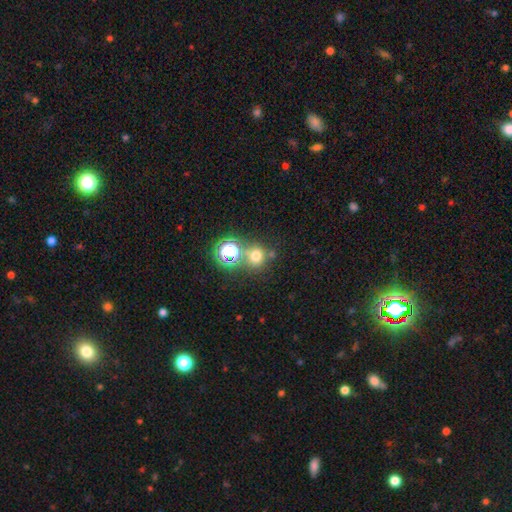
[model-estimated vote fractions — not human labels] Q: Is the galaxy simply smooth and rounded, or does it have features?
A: smooth — 64%.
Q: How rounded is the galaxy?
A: round — 84%.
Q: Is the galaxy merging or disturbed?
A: none — 62%.